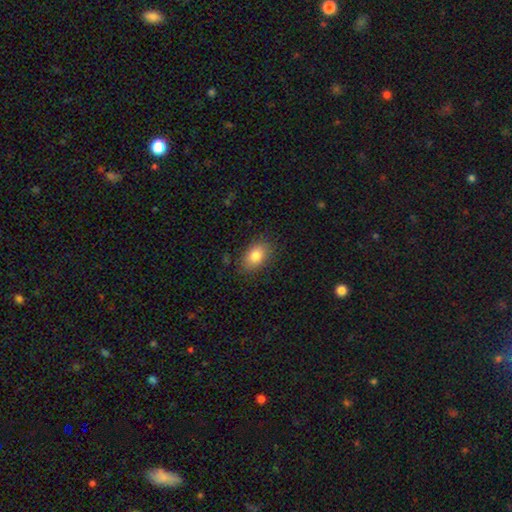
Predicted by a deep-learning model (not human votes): A smooth galaxy with no disk features (81%) that is in between round and cigar-shaped (86%). Merging: none (83%).